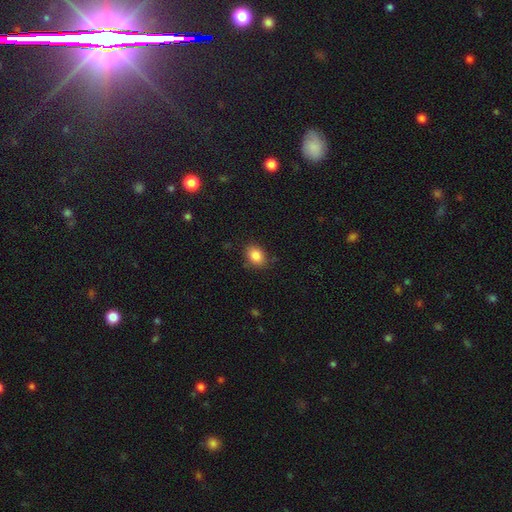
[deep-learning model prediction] The model was most divided on "how rounded": in between: 73%, round: 26%, cigar-shaped: 1%. More confident: smooth or featured — smooth (86%); merging — none (82%).